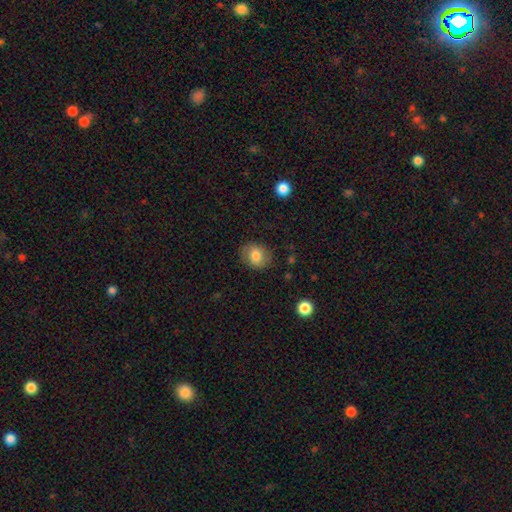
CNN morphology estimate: Overall: smooth (76%). How rounded: round (61%; in between 38%). Merging: none (81%).